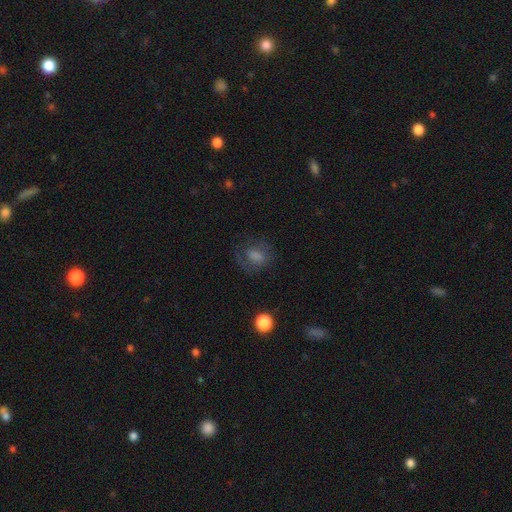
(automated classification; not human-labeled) Smooth or featured: smooth — 68% (featured or disk — 20%)
How rounded: in between — 60% (round — 38%)
Merging: none — 60% (minor disturbance — 20%)